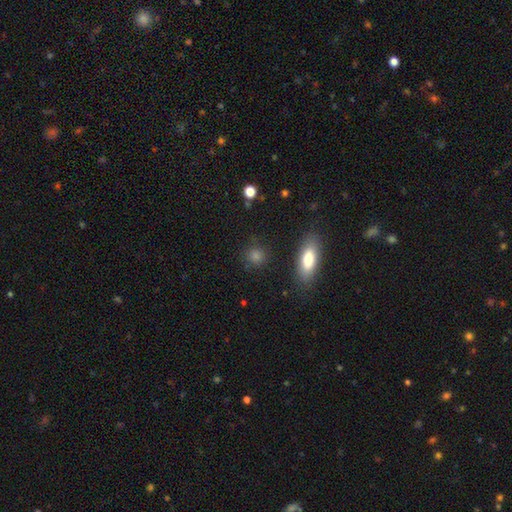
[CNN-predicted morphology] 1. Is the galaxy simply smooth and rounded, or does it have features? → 75% smooth, 16% star or artifact, 9% featured or disk.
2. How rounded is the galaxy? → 65% round, 25% in between, 11% cigar-shaped.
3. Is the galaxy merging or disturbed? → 84% none, 10% minor disturbance, 3% major disturbance, 2% merger.